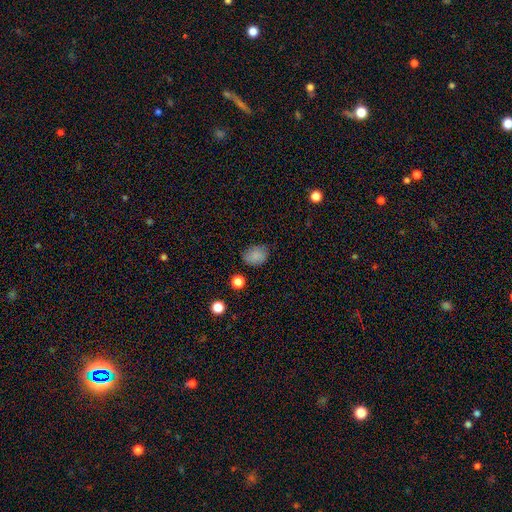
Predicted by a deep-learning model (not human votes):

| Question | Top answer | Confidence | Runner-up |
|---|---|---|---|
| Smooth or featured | smooth | 84% | star or artifact (10%) |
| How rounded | in between | 65% | round (34%) |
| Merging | none | 76% | minor disturbance (18%) |